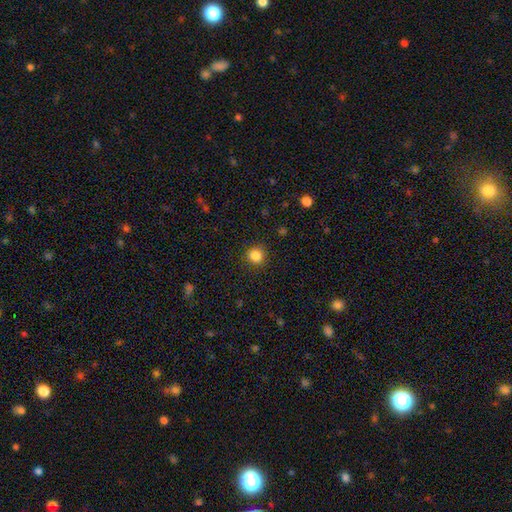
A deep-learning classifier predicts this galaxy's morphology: This appears to be a smooth galaxy with no disk features (85%) that is round (90%). Merging: none (90%).